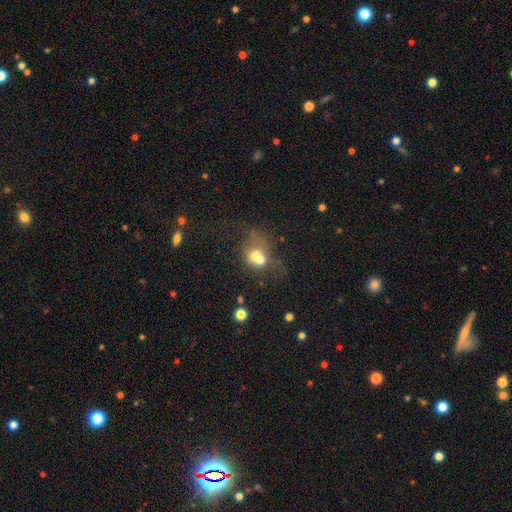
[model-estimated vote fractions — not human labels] Smooth or featured?
  - smooth: 58% *
  - featured or disk: 29%
  - star or artifact: 13%
How rounded?
  - round: 63% *
  - in between: 36%
  - cigar-shaped: 1%
Merging?
  - merger: 64% *
  - none: 20%
  - minor disturbance: 8%
  - major disturbance: 8%